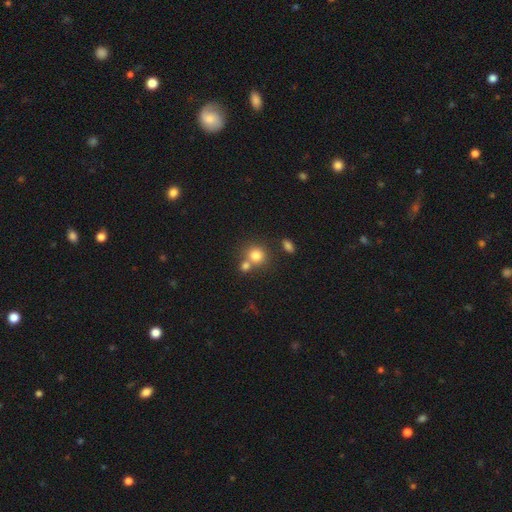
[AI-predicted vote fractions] The model was most divided on "merging": none: 54%, merger: 35%, minor disturbance: 8%, major disturbance: 3%. More confident: how rounded — round (85%); smooth or featured — smooth (79%).